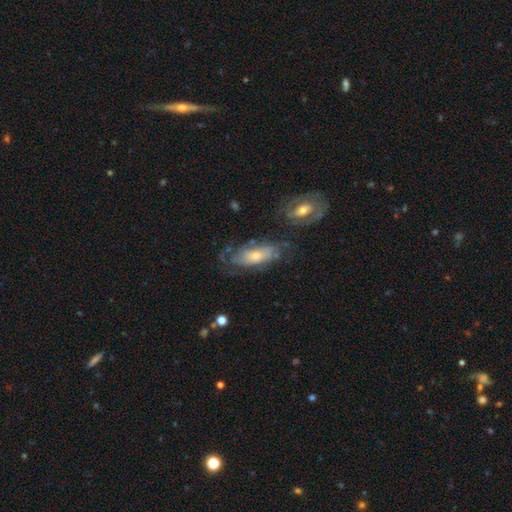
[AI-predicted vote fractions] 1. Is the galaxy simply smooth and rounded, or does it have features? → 58% featured or disk, 35% smooth, 8% star or artifact.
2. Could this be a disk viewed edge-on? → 86% no, 14% yes.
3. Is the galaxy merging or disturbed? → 56% none, 23% minor disturbance, 14% major disturbance, 7% merger.